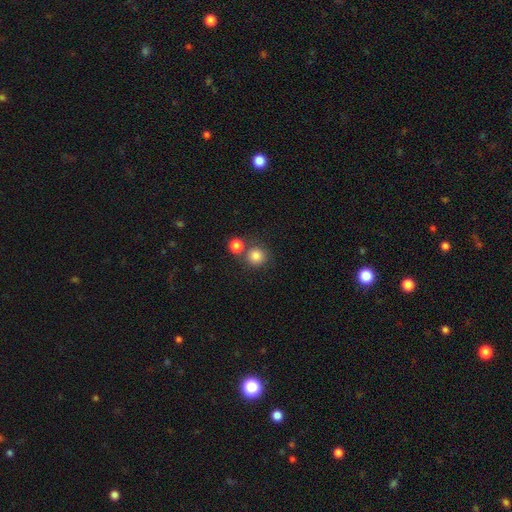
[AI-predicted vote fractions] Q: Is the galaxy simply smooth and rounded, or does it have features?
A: smooth — 82%.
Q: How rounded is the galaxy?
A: round — 92%.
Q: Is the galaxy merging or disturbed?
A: none — 70%.